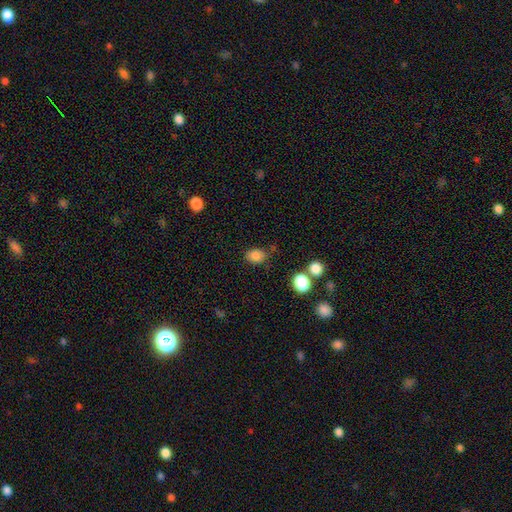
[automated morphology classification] smooth 83%, star or artifact 11%, featured or disk 5%. Down the decision tree: how rounded — in between (63%); merging — none (72%).